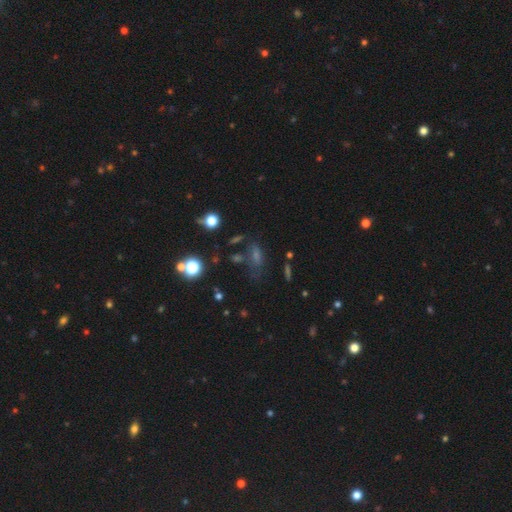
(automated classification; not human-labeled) Overall: smooth (38%, tied with star or artifact). Merging: none (55%; minor disturbance 20%).